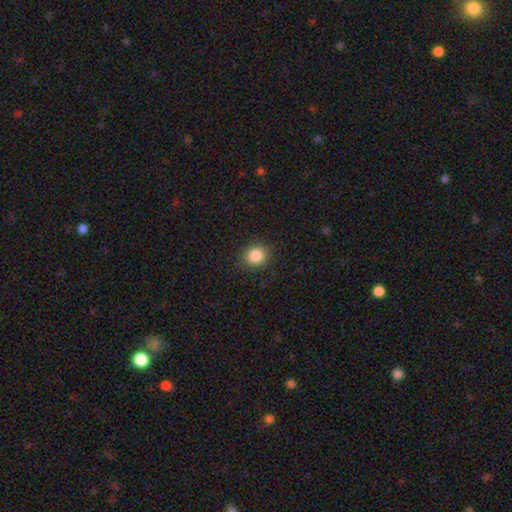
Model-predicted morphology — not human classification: smooth 85%, star or artifact 11%, featured or disk 4%. Down the decision tree: how rounded — round (83%); merging — none (88%).